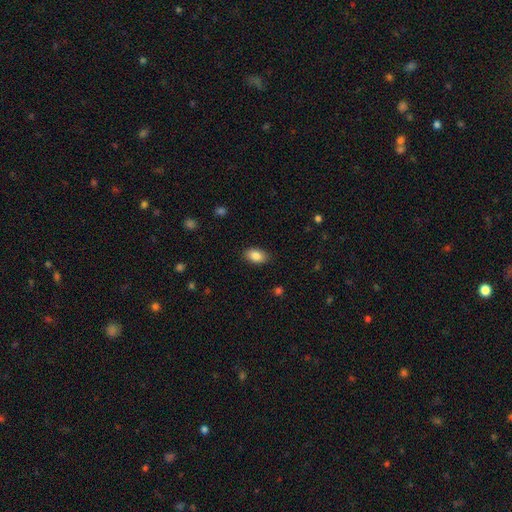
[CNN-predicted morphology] smooth-or-featured: smooth: 86% | star or artifact: 8% | featured or disk: 6%
  how-rounded: in between: 91% | round: 7% | cigar-shaped: 2%
  merging: none: 86% | minor disturbance: 10% | major disturbance: 2% | merger: 1%